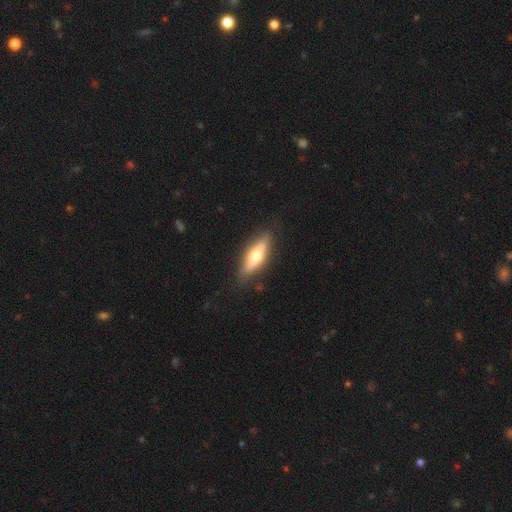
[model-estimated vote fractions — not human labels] Smooth or featured? Predicted: smooth (p=0.51). How rounded? Predicted: cigar-shaped (p=0.57). Merging? Predicted: none (p=0.85).